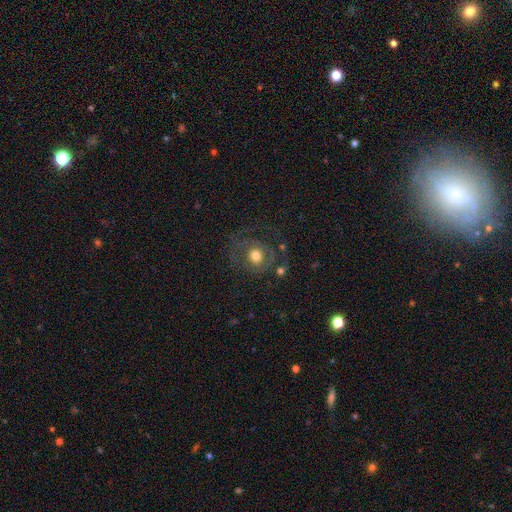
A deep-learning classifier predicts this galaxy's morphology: Q: Smooth or featured?
A: smooth (46%); runner-up: featured or disk (44%)
Q: Merging?
A: none (59%); runner-up: major disturbance (21%)